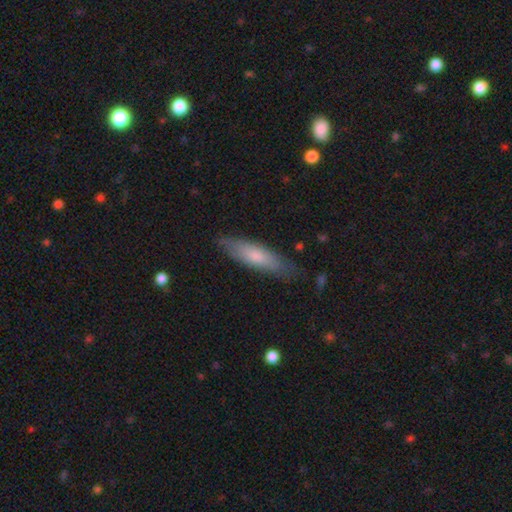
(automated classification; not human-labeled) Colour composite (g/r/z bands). It shows a smooth galaxy with no disk features (68%) that is cigar-shaped (63%). Merging: none (79%).